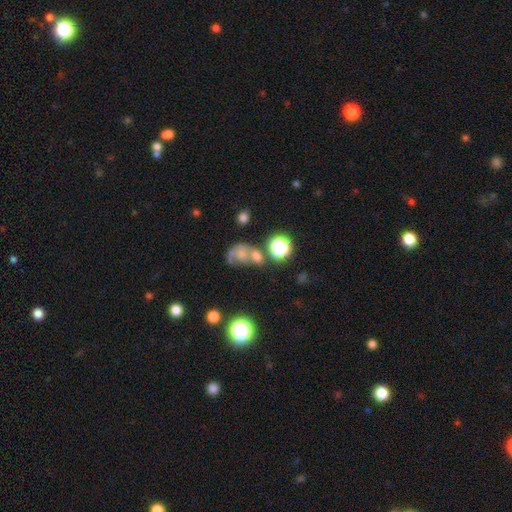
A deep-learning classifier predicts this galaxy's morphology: smooth 54%, featured or disk 24%, star or artifact 22%. Down the decision tree: how rounded — in between (50%); merging — merger (45%).